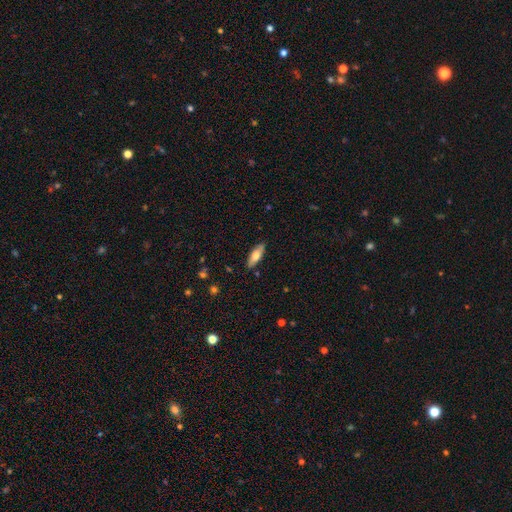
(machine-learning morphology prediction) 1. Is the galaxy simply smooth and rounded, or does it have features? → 68% smooth, 26% featured or disk, 6% star or artifact.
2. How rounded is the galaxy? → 61% in between, 37% cigar-shaped, 2% round.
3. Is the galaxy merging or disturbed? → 86% none, 11% minor disturbance, 2% major disturbance, 1% merger.